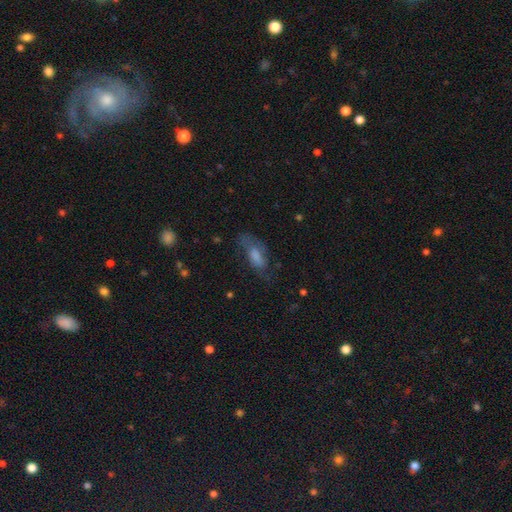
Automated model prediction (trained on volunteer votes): The model was most divided on "merging": none: 45%, minor disturbance: 26%, major disturbance: 26%, merger: 2%. More confident: how rounded — in between (83%); smooth or featured — smooth (55%).